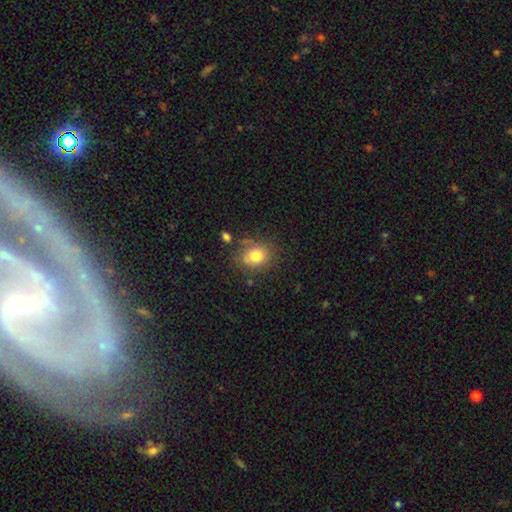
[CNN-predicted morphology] type=smooth (78%); roundness=round (58%); merging=none (70%).